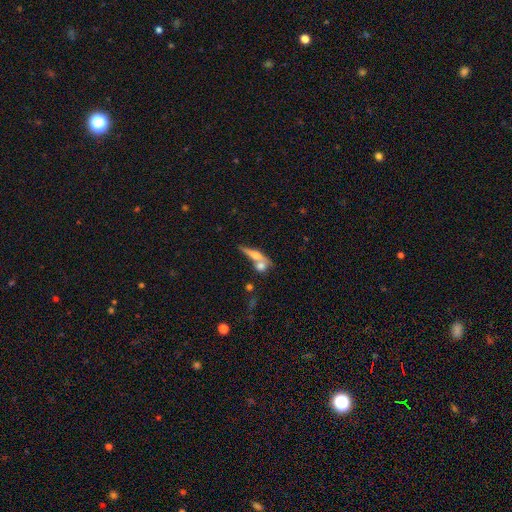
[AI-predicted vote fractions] Smooth or featured? smooth (46%)
Merging? none (41%, tied with merger)